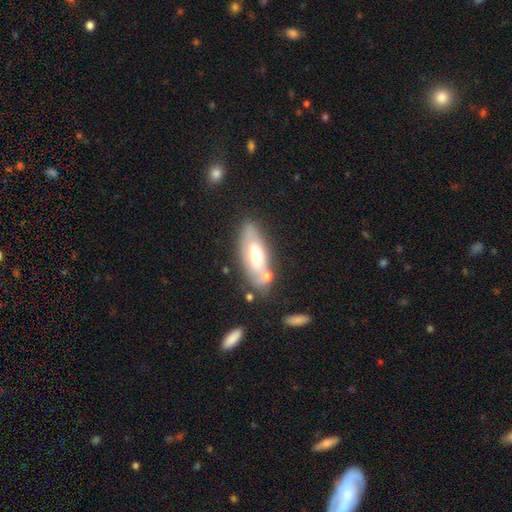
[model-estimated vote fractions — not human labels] Smooth or featured? Predicted: smooth (p=0.53). How rounded? Predicted: in between (p=0.73). Merging? Predicted: none (p=0.67).